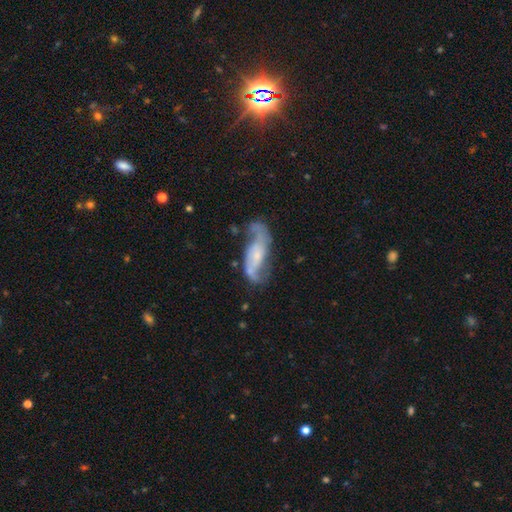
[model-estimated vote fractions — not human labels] Overall: featured or disk (81%). Edge-on disk: no (92%). Bar: no (51%; weak 34%). Spiral arms: yes (93%). Spiral arm count: 2 (87%). Spiral winding: loose (53%; medium 34%). Bulge size: small (63%; moderate 24%). Merging: none (59%; minor disturbance 22%).